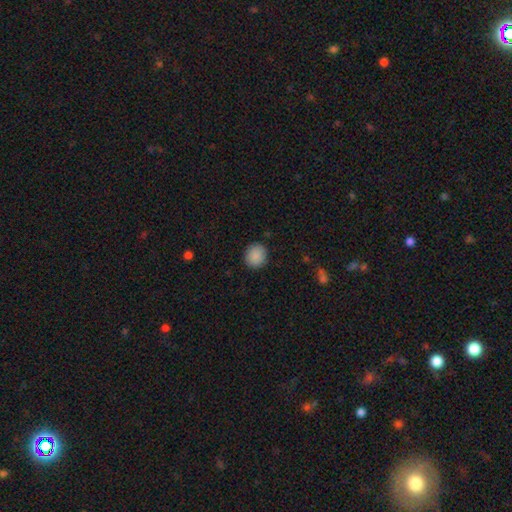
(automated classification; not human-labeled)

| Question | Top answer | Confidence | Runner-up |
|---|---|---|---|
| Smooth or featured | smooth | 89% | star or artifact (8%) |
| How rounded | round | 87% | in between (12%) |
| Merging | none | 91% | minor disturbance (6%) |